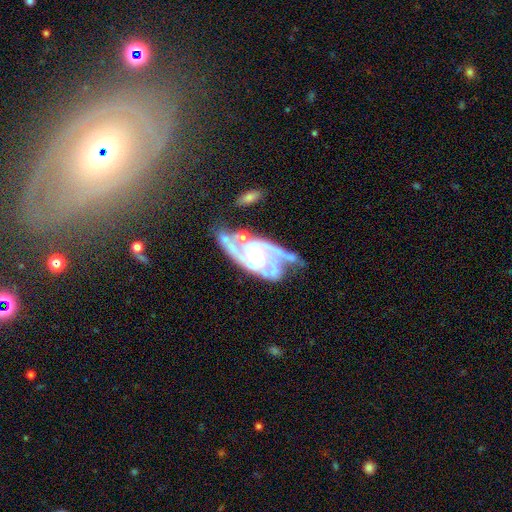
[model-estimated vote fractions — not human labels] A featured or disk galaxy (91%) with no bar (50%), 2 (42%) tight (54%) spiral arms (98%) and a small central bulge (53%).

Vote fractions:
- Smooth or featured? featured or disk: 91% / star or artifact: 5% / smooth: 4%
- Edge-on disk? no: 97% / yes: 3%
- Bar? no: 50% / weak: 33% / strong: 17%
- Spiral arms? yes: 98% / no: 2%
- Spiral winding? tight: 54% / medium: 40% / loose: 7%
- Spiral arm count? 2: 42% / 3: 33% / can't tell: 9% / 4: 7% / 1: 4% / more than 4: 4%
- Bulge size? small: 53% / moderate: 27% / none: 14% / large: 5% / dominant: 1%
- Merging? none: 50% / minor disturbance: 25% / major disturbance: 15% / merger: 9%